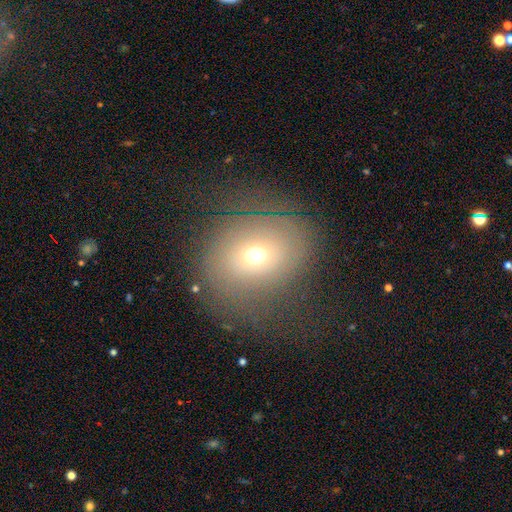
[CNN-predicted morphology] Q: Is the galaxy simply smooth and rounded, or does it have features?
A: smooth — 55%.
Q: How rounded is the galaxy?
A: round — 68%.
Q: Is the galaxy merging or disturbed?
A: none — 60%.